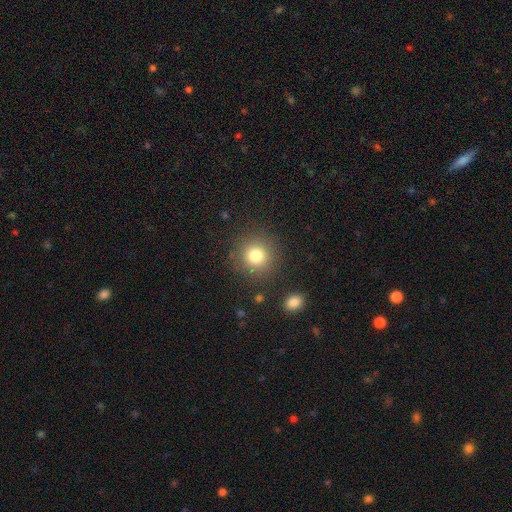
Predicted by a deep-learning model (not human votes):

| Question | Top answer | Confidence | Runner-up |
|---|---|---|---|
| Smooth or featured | smooth | 79% | star or artifact (13%) |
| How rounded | round | 93% | in between (6%) |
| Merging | none | 87% | minor disturbance (7%) |